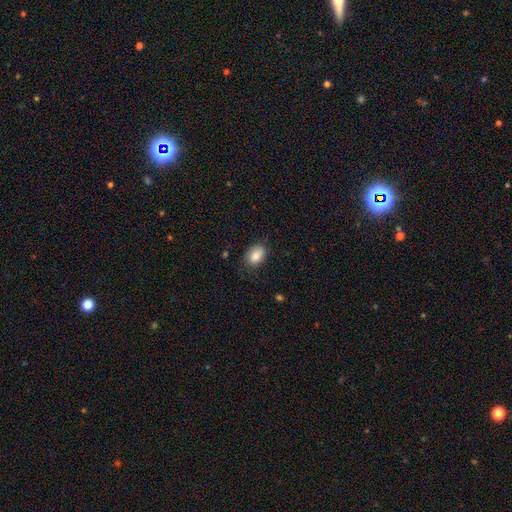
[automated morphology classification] A smooth galaxy with no disk features (85%) that is in between round and cigar-shaped (84%). Merging: none (74%).